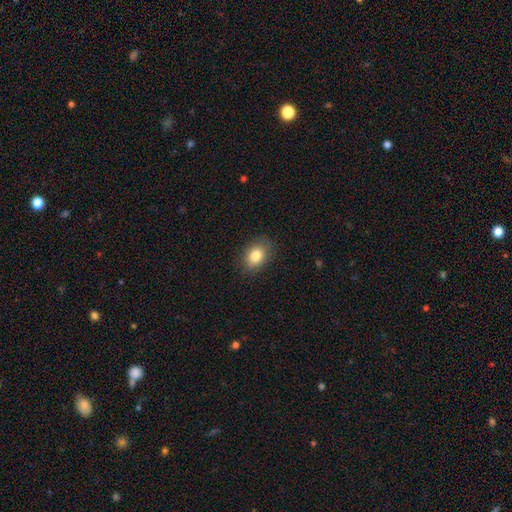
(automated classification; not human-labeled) Smooth or featured: smooth — 83% (star or artifact — 9%)
How rounded: in between — 74% (round — 25%)
Merging: none — 86% (minor disturbance — 10%)